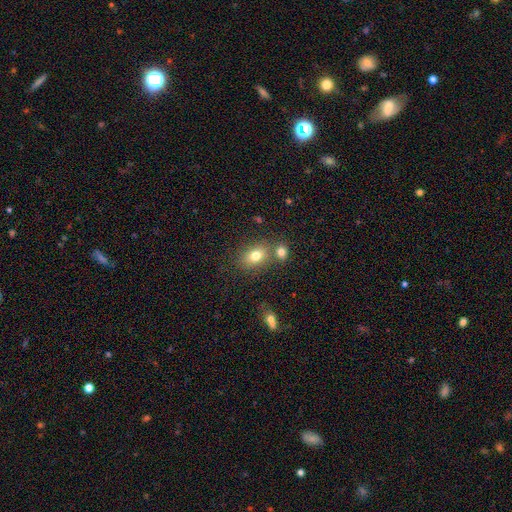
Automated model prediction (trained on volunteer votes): A smooth galaxy with no disk features (78%) that is in between round and cigar-shaped (76%).

Vote fractions:
- Smooth or featured? smooth: 78% / featured or disk: 12% / star or artifact: 11%
- How rounded? in between: 76% / round: 23% / cigar-shaped: 2%
- Merging? none: 63% / merger: 21% / minor disturbance: 12% / major disturbance: 4%